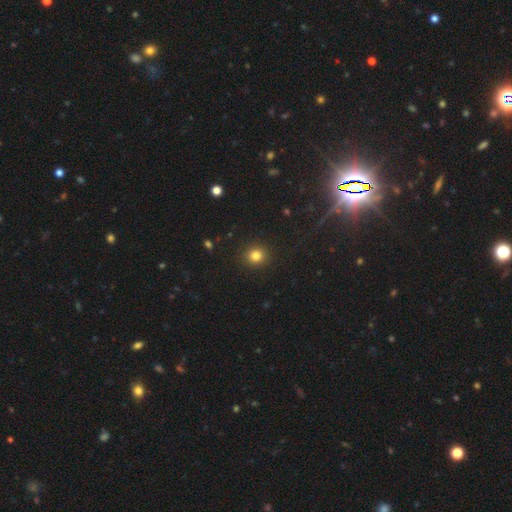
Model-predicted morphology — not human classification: A smooth galaxy with no disk features (83%) that is round (84%).

Vote fractions:
- Smooth or featured? smooth: 83% / star or artifact: 12% / featured or disk: 5%
- How rounded? round: 84% / in between: 15% / cigar-shaped: 1%
- Merging? none: 91% / minor disturbance: 6% / major disturbance: 2% / merger: 1%